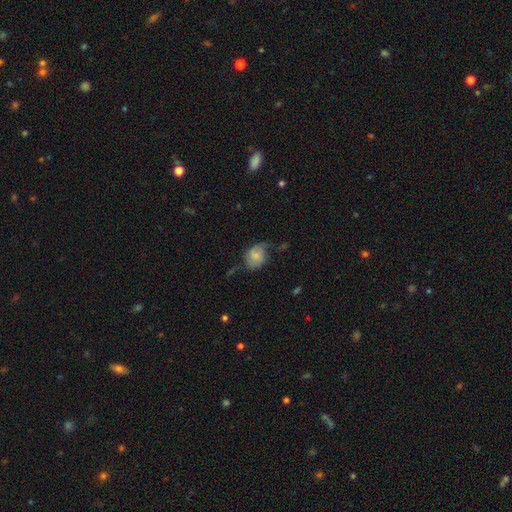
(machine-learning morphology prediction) Q: Smooth or featured?
A: smooth (56%); runner-up: featured or disk (35%)
Q: How rounded?
A: in between (59%); runner-up: round (40%)
Q: Merging?
A: none (39%); runner-up: minor disturbance (36%)